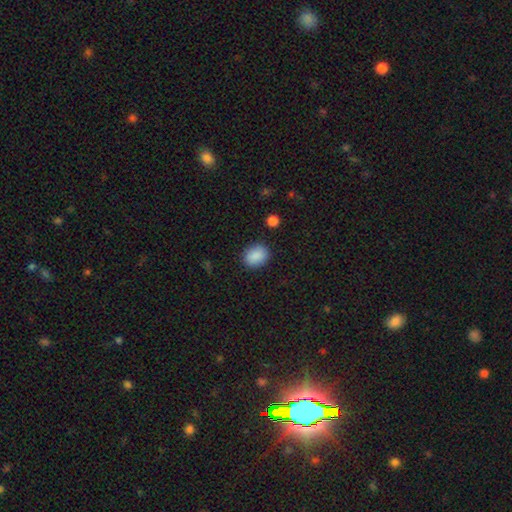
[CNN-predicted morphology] smooth 88%, star or artifact 8%, featured or disk 4%. Down the decision tree: how rounded — in between (59%); merging — none (85%).